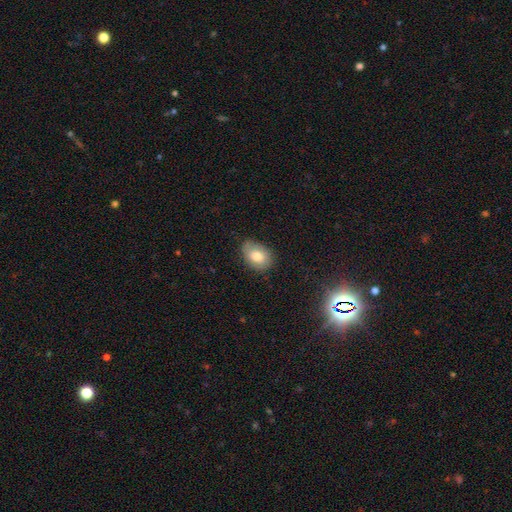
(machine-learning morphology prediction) Smooth or featured?
  - smooth: 75% *
  - featured or disk: 17%
  - star or artifact: 8%
How rounded?
  - in between: 76% *
  - round: 23%
  - cigar-shaped: 1%
Merging?
  - none: 73% *
  - minor disturbance: 22%
  - major disturbance: 4%
  - merger: 1%